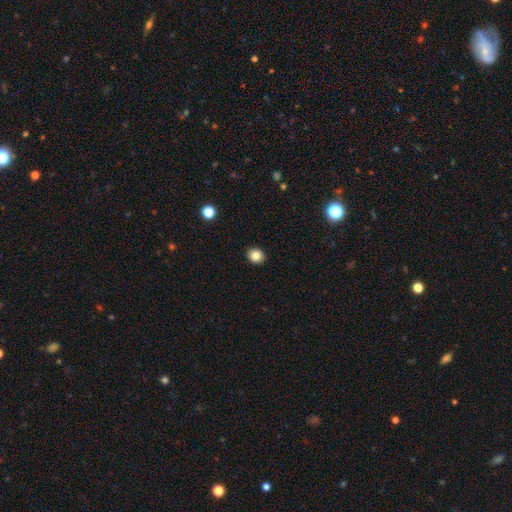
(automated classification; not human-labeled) This appears to be a smooth galaxy with no disk features (84%) that is round (78%). Merging: none (92%).